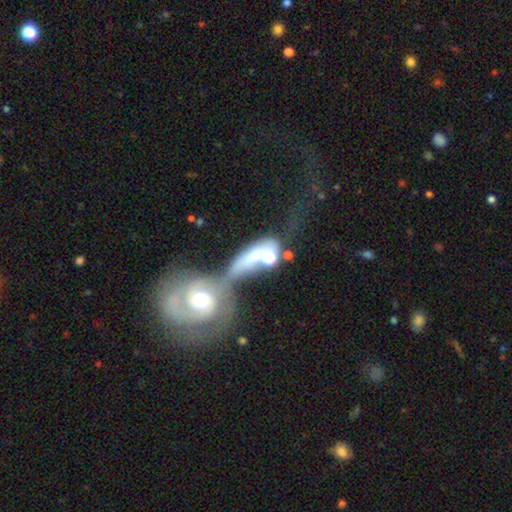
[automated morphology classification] type=smooth (46%); merging=merger (63%).